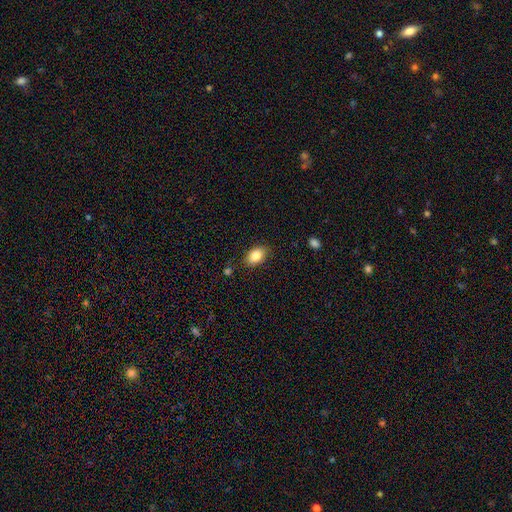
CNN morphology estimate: The model was most divided on "how rounded": in between: 85%, round: 14%, cigar-shaped: 1%. More confident: smooth or featured — smooth (85%); merging — none (84%).